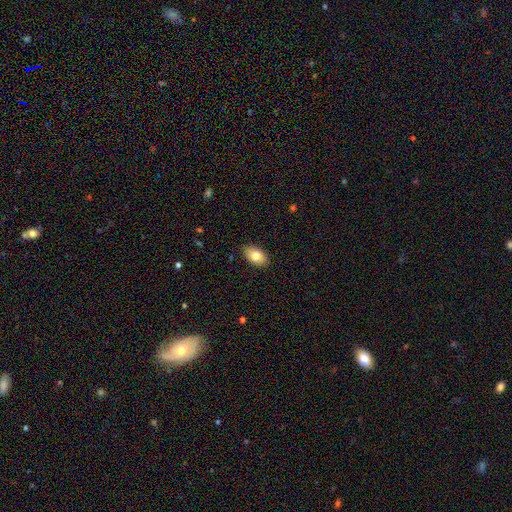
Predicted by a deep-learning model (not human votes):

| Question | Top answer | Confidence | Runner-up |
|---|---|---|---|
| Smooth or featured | smooth | 80% | featured or disk (12%) |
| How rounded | in between | 91% | round (7%) |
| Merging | none | 87% | minor disturbance (10%) |